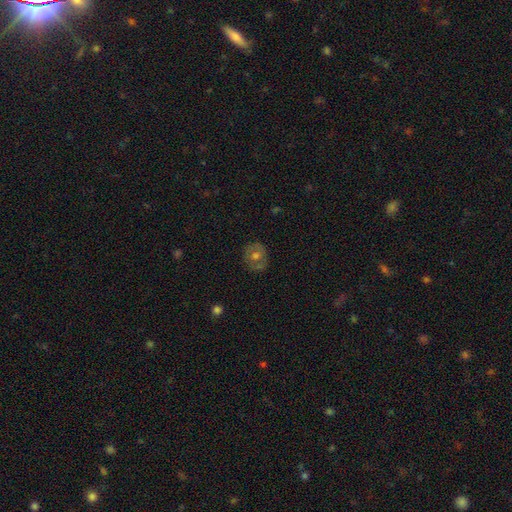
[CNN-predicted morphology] This is possibly a smooth galaxy (46%). Merging: clearly none (82%).